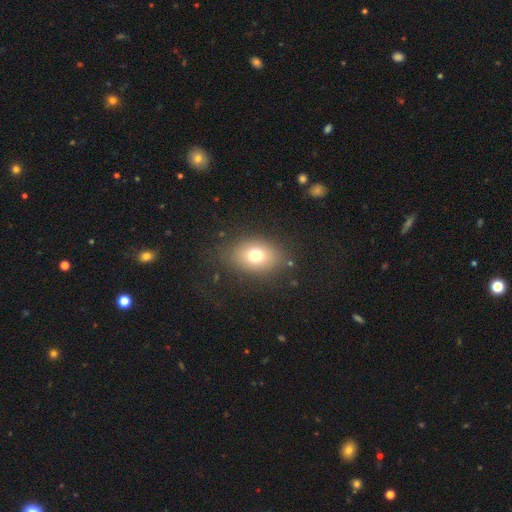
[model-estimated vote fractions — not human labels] Smooth or featured?
  - smooth: 73% *
  - featured or disk: 14%
  - star or artifact: 13%
How rounded?
  - in between: 67% *
  - round: 31%
  - cigar-shaped: 1%
Merging?
  - none: 81% *
  - minor disturbance: 12%
  - major disturbance: 6%
  - merger: 1%